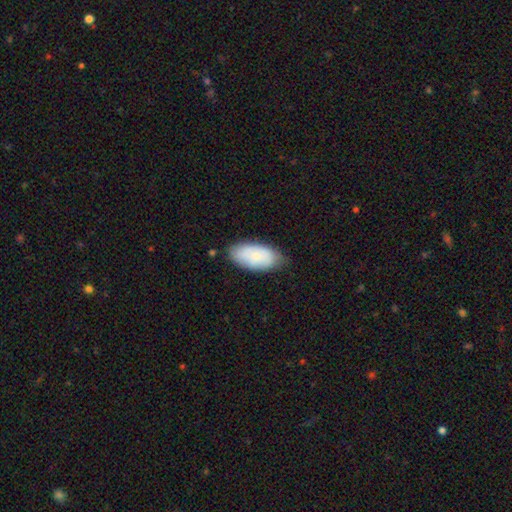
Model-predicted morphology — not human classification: Smooth or featured? Predicted: smooth (p=0.74). How rounded? Predicted: in between (p=0.94). Merging? Predicted: none (p=0.71).